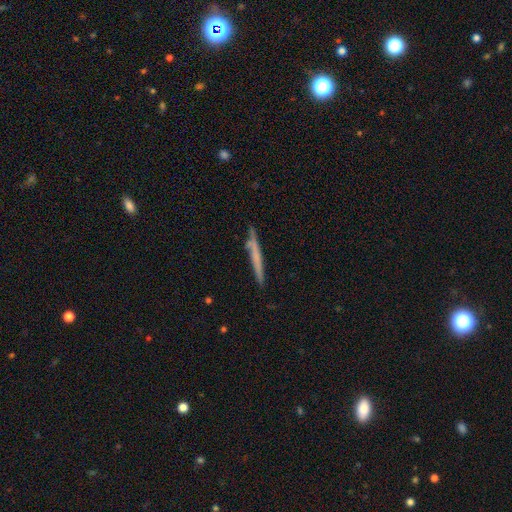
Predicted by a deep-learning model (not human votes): Smooth or featured? Predicted: smooth (p=0.52). How rounded? Predicted: cigar-shaped (p=0.96). Merging? Predicted: none (p=0.82).